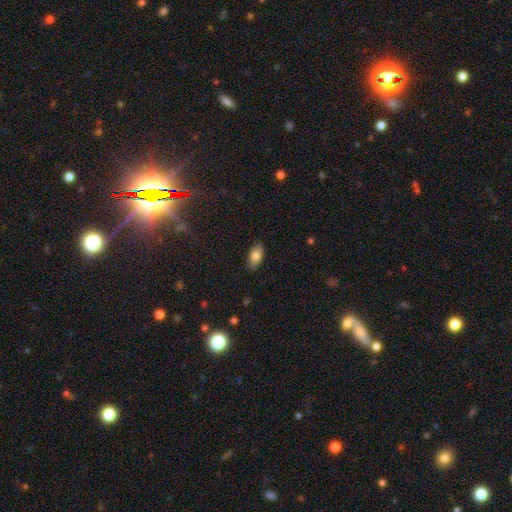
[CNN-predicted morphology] Smooth or featured: smooth — 80% (featured or disk — 12%)
How rounded: in between — 92% (cigar-shaped — 5%)
Merging: none — 86% (minor disturbance — 10%)